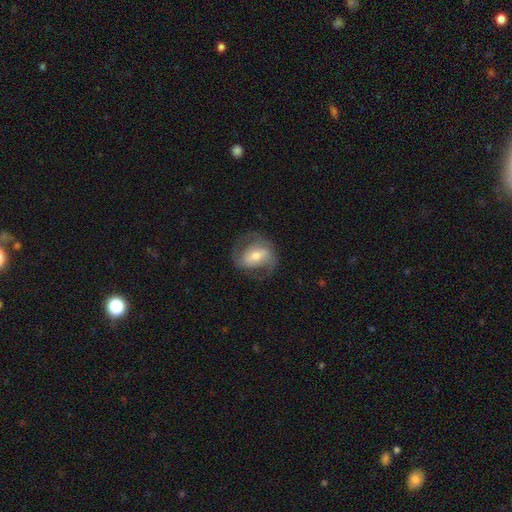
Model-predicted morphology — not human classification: Overall: featured or disk (66%; smooth 27%). Edge-on disk: no (95%). Bar: weak (38%; strong 37%). Spiral arms: yes (82%). Spiral arm count: 2 (81%). Spiral winding: medium (48%; tight 27%). Bulge size: moderate (58%; small 31%). Merging: none (68%).